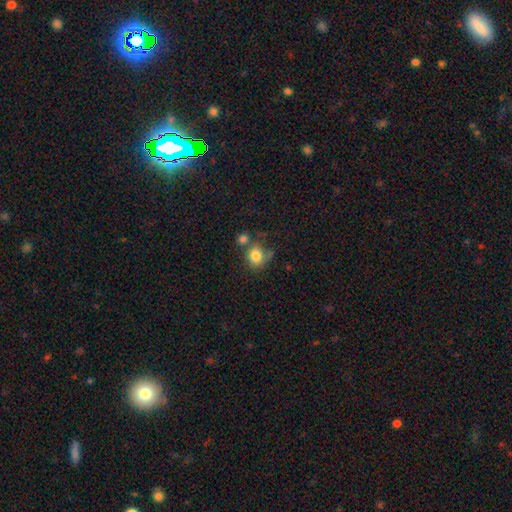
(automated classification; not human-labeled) Q: Smooth or featured?
A: smooth (81%); runner-up: star or artifact (10%)
Q: How rounded?
A: round (71%); runner-up: in between (28%)
Q: Merging?
A: none (49%); runner-up: merger (24%)